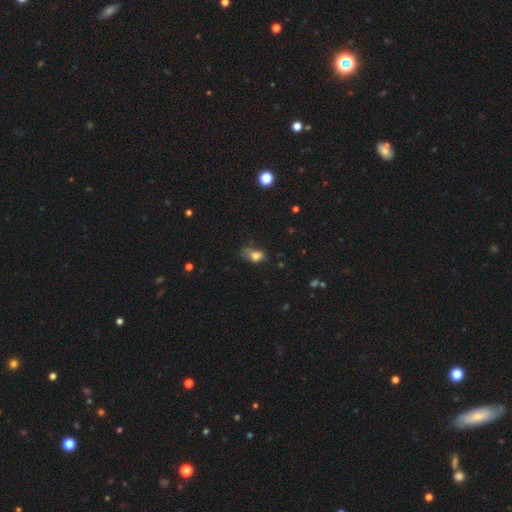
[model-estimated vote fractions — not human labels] This appears to be a smooth galaxy with no disk features (72%) that is in between round and cigar-shaped (74%). Merging: minor disturbance (34%).